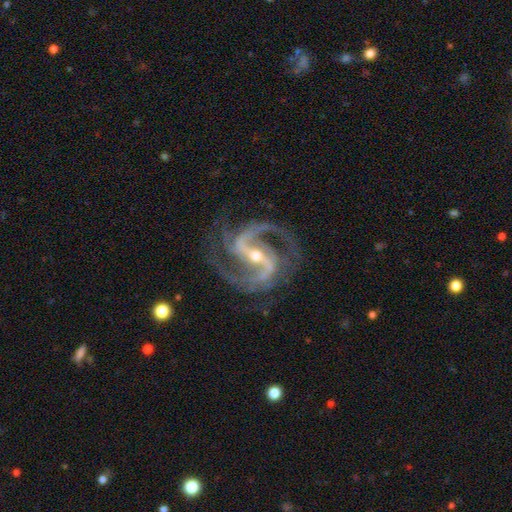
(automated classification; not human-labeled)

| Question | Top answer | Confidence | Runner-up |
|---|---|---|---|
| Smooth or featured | featured or disk | 94% | star or artifact (5%) |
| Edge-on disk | no | 97% | yes (3%) |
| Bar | strong | 66% | weak (25%) |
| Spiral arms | yes | 99% | no (1%) |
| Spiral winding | medium | 64% | tight (21%) |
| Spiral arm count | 2 | 81% | 3 (11%) |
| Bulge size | small | 56% | moderate (40%) |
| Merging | none | 78% | minor disturbance (14%) |